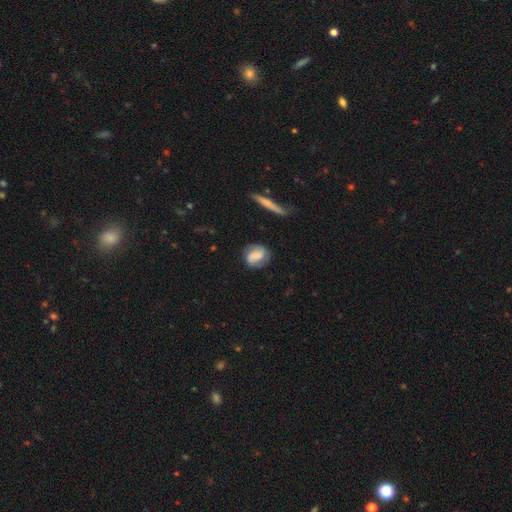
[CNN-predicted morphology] smooth-or-featured: featured or disk: 49% | smooth: 43% | star or artifact: 8%
  merging: none: 71% | minor disturbance: 19% | major disturbance: 7% | merger: 2%